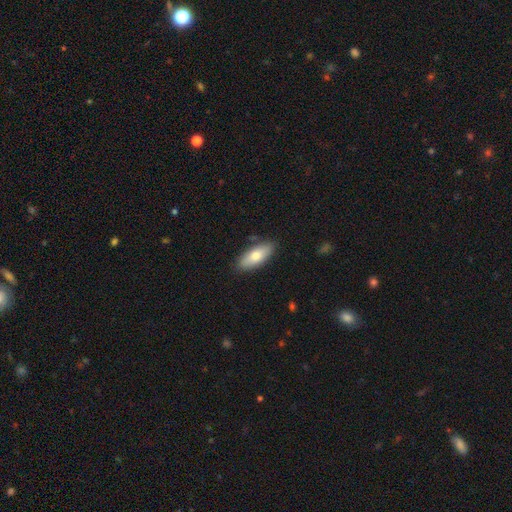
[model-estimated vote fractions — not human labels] Morphology: type=smooth (73%); roundness=in between (80%); merging=none (85%).